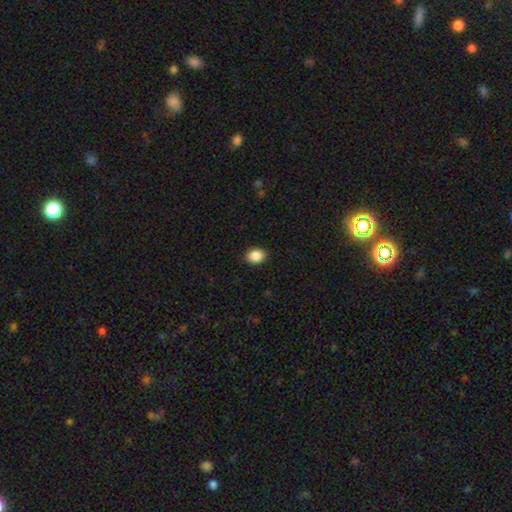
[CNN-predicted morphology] A smooth galaxy with no disk features (89%) that is in between round and cigar-shaped (61%).

Vote fractions:
- Smooth or featured? smooth: 89% / star or artifact: 8% / featured or disk: 3%
- How rounded? in between: 61% / round: 38% / cigar-shaped: 1%
- Merging? none: 89% / minor disturbance: 8% / major disturbance: 2% / merger: 1%